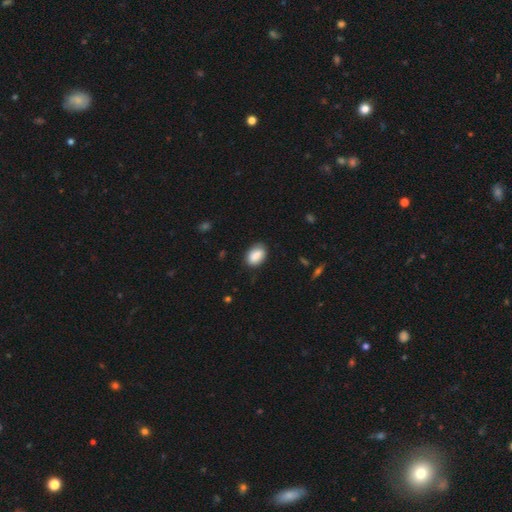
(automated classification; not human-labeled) smooth 88%, star or artifact 7%, featured or disk 5%. Down the decision tree: how rounded — in between (86%); merging — none (81%).